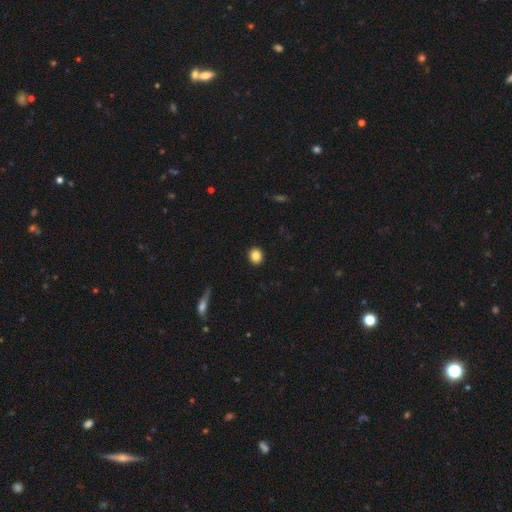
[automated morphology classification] Q: Smooth or featured?
A: smooth (85%); runner-up: star or artifact (9%)
Q: How rounded?
A: round (77%); runner-up: in between (22%)
Q: Merging?
A: none (92%); runner-up: minor disturbance (6%)